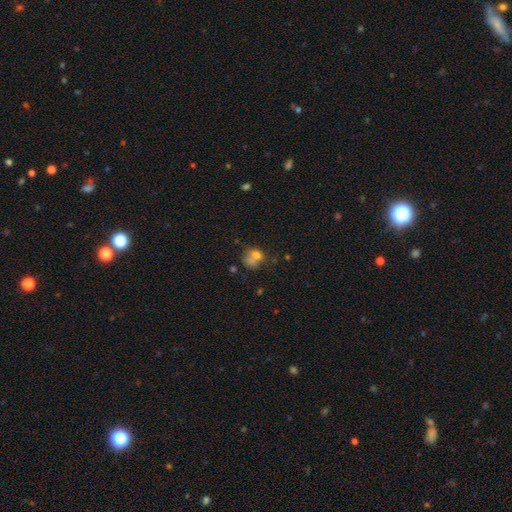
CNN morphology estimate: smooth_or_featured: smooth (p=0.68) [alt: featured or disk p=0.19]
how_rounded: round (p=0.56) [alt: in between p=0.43]
merging: merger (p=0.35) [alt: none p=0.31]